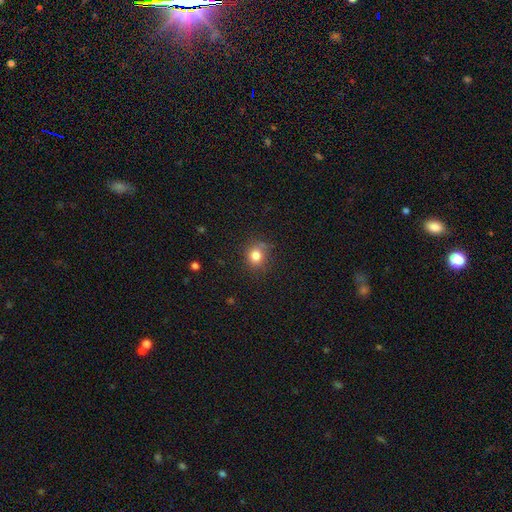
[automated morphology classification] This is clearly a smooth galaxy (82%). How rounded: clearly round (80%). Merging: likely none (76%).